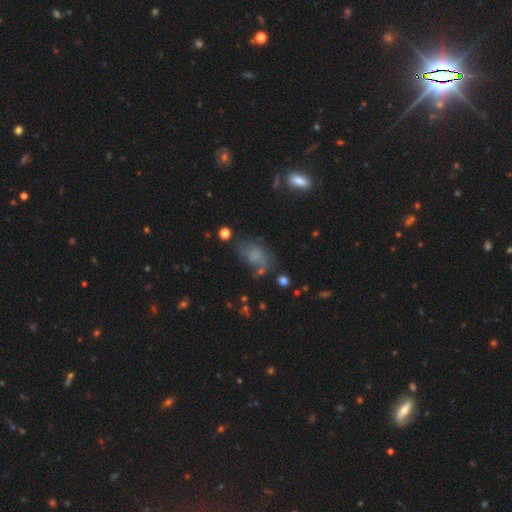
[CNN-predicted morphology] Q: Smooth or featured?
A: smooth (54%); runner-up: featured or disk (29%)
Q: How rounded?
A: in between (84%); runner-up: round (13%)
Q: Merging?
A: none (40%); runner-up: minor disturbance (26%)